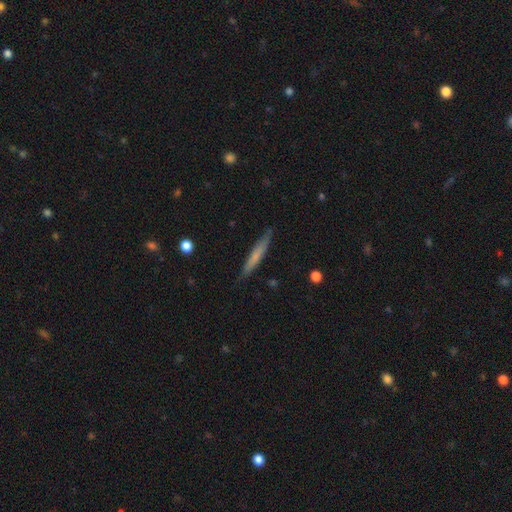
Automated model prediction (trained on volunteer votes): This appears to be a smooth galaxy with no disk features (63%) that is cigar-shaped (95%). Merging: none (87%).